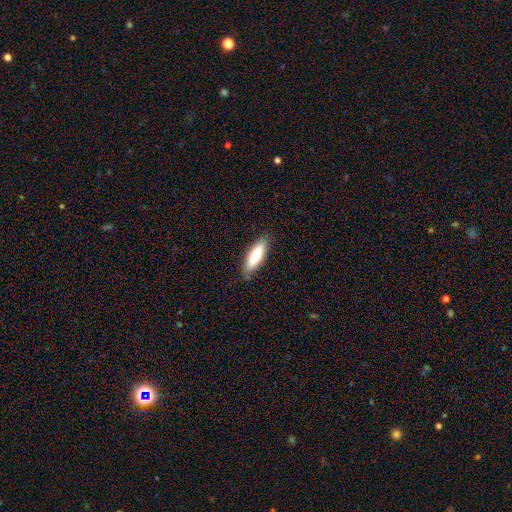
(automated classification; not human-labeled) Smooth or featured? Predicted: smooth (p=0.75). How rounded? Predicted: cigar-shaped (p=0.53). Merging? Predicted: none (p=0.85).